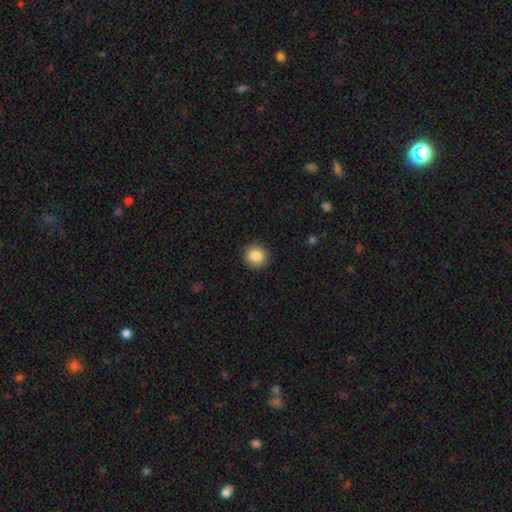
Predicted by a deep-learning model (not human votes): A smooth galaxy with no disk features (87%) that is round (90%). Merging: none (90%).